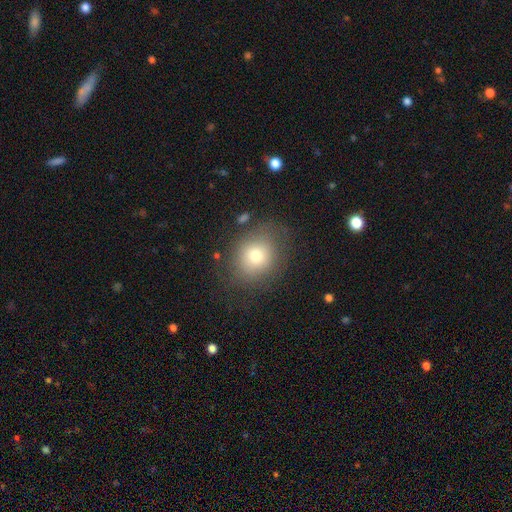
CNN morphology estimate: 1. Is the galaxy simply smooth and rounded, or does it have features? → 74% smooth, 14% featured or disk, 13% star or artifact.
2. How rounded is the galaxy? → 68% round, 31% in between, 1% cigar-shaped.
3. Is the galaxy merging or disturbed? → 74% none, 16% minor disturbance, 8% major disturbance, 2% merger.